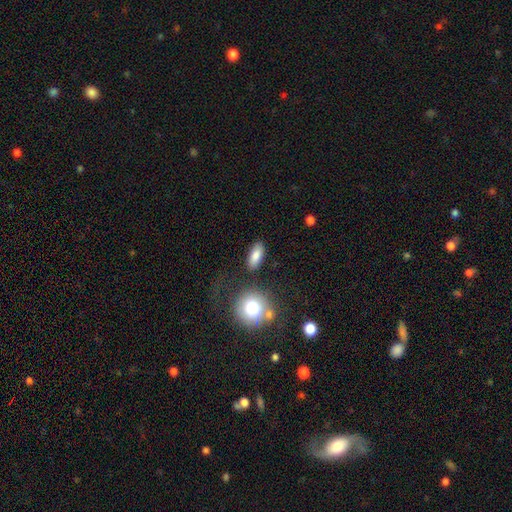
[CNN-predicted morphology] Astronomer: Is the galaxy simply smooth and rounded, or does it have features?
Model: smooth — 83%.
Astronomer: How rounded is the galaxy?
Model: in between — 82%.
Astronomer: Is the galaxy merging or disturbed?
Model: none — 81%.